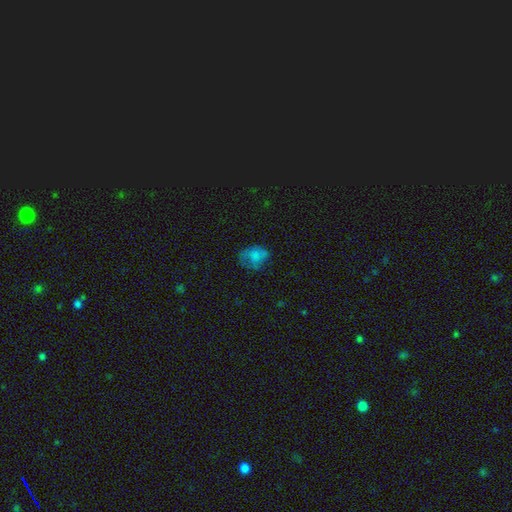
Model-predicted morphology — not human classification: Smooth or featured?
  - smooth: 67% *
  - featured or disk: 20%
  - star or artifact: 13%
How rounded?
  - round: 50% *
  - in between: 49%
  - cigar-shaped: 1%
Merging?
  - none: 49% *
  - minor disturbance: 28%
  - major disturbance: 22%
  - merger: 2%